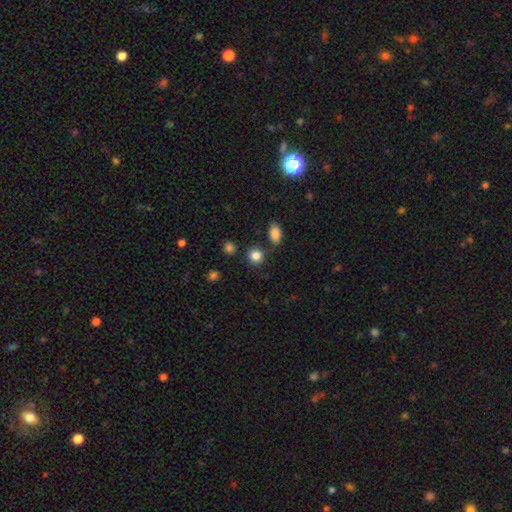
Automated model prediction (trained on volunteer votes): The model was most divided on "how rounded": round: 83%, in between: 16%, cigar-shaped: 1%. More confident: smooth or featured — smooth (85%); merging — none (80%).